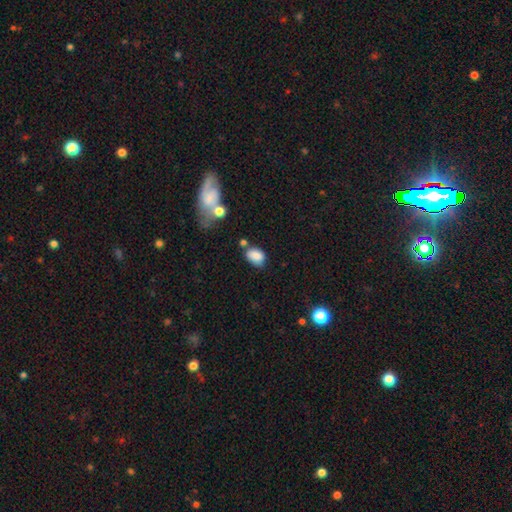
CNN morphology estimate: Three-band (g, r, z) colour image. It shows a smooth galaxy with no disk features (84%) that is in between round and cigar-shaped (81%). Merging: none (55%).